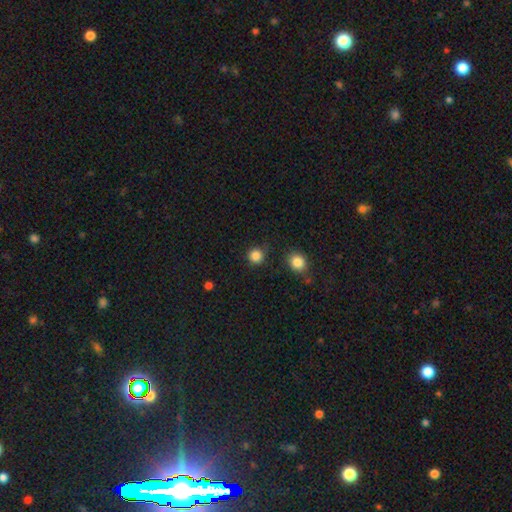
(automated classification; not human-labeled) This appears to be a smooth galaxy with no disk features (86%) that is round (94%). Merging: none (84%).